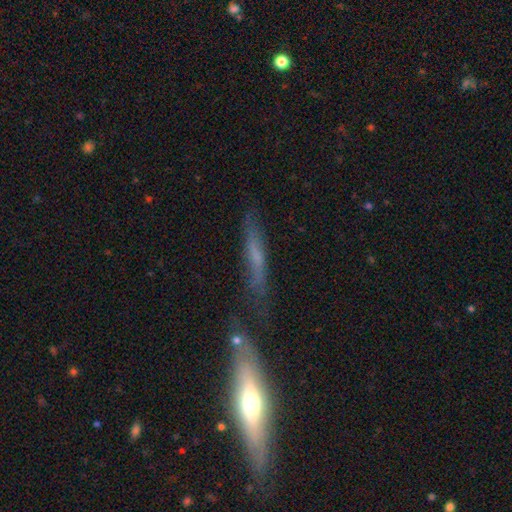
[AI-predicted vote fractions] A smooth galaxy with no disk features (45%, tied with featured or disk). Merging: none (56%).